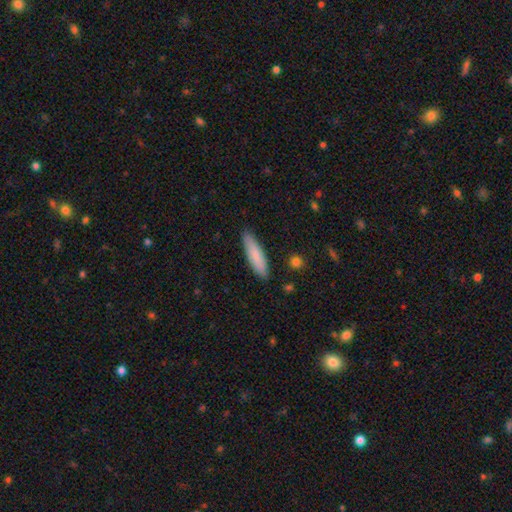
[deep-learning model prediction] A smooth galaxy with no disk features (83%) that is cigar-shaped (75%).

Vote fractions:
- Smooth or featured? smooth: 83% / featured or disk: 11% / star or artifact: 6%
- How rounded? cigar-shaped: 75% / in between: 24% / round: 1%
- Merging? none: 88% / minor disturbance: 9% / major disturbance: 2% / merger: 1%